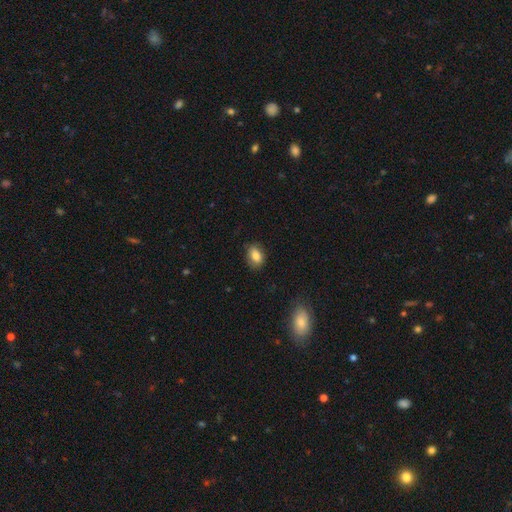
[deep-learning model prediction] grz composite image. It shows a smooth galaxy with no disk features (83%) that is in between round and cigar-shaped (81%). Merging: none (76%).